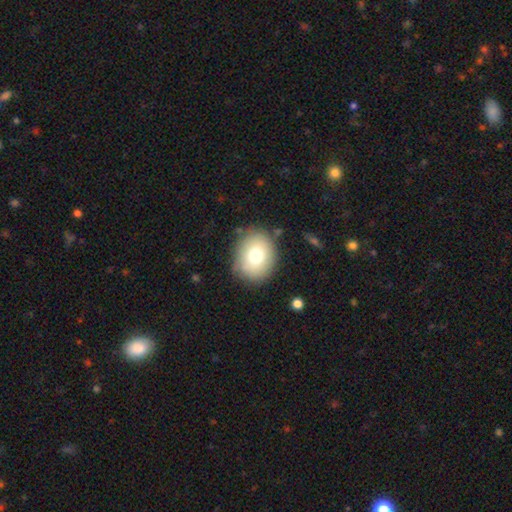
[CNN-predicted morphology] smooth 74%, featured or disk 16%, star or artifact 11%. Down the decision tree: how rounded — round (61%); merging — none (82%).